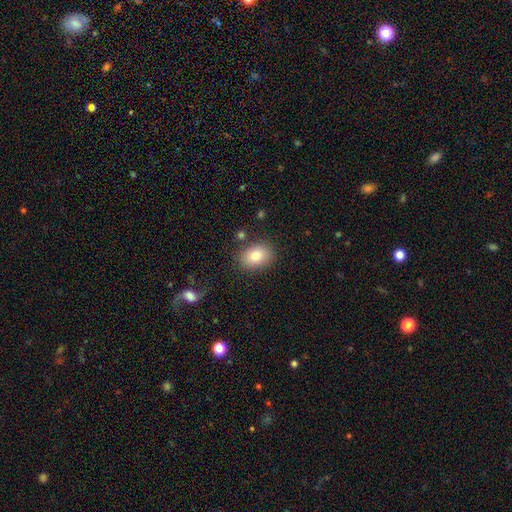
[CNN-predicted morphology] This is likely a smooth galaxy (80%). How rounded: likely in between (67%). Merging: clearly none (82%).